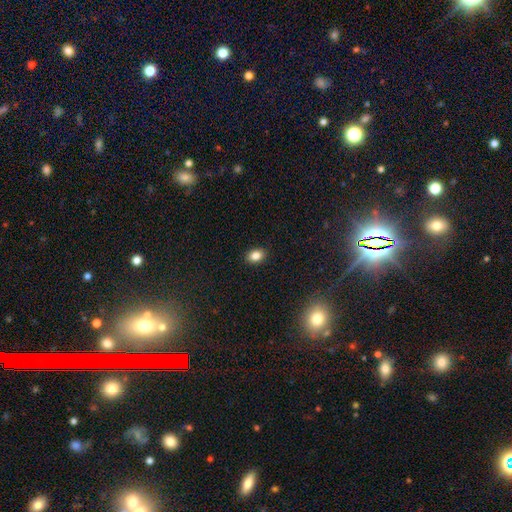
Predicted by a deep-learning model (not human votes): smooth-or-featured: smooth: 84% | star or artifact: 10% | featured or disk: 6%
  how-rounded: in between: 69% | round: 30% | cigar-shaped: 1%
  merging: none: 89% | minor disturbance: 8% | major disturbance: 2% | merger: 1%